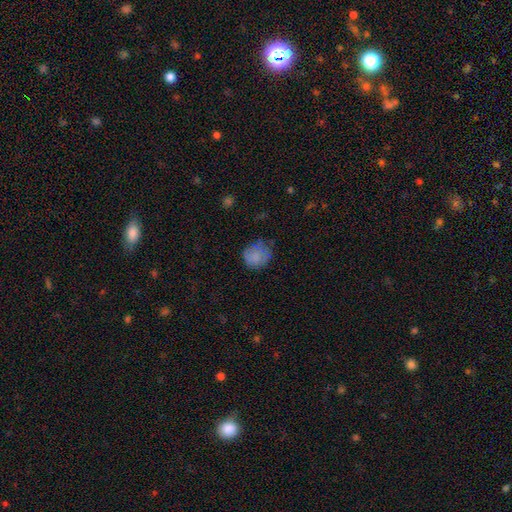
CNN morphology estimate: smooth-or-featured: smooth: 78% | featured or disk: 12% | star or artifact: 10%
  how-rounded: round: 74% | in between: 25% | cigar-shaped: 1%
  merging: none: 55% | minor disturbance: 31% | major disturbance: 12% | merger: 2%